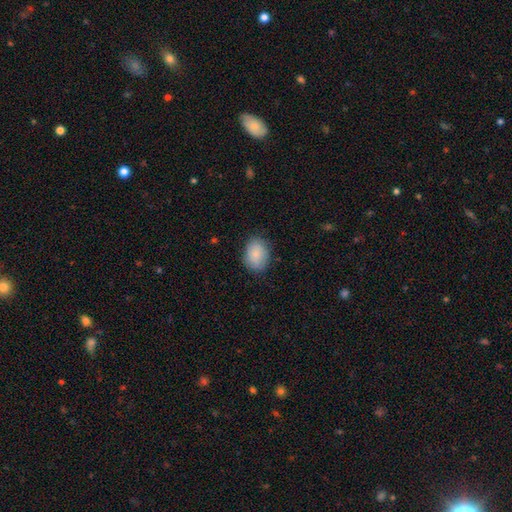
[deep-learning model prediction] Smooth or featured? Predicted: smooth (p=0.86). How rounded? Predicted: in between (p=0.74). Merging? Predicted: none (p=0.81).